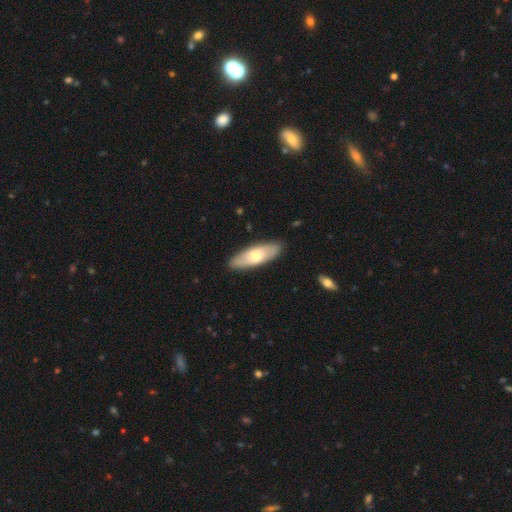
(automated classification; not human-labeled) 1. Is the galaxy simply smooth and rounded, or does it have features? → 62% smooth, 33% featured or disk, 5% star or artifact.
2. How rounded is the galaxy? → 61% in between, 37% cigar-shaped, 2% round.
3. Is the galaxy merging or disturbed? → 88% none, 9% minor disturbance, 2% major disturbance, 1% merger.